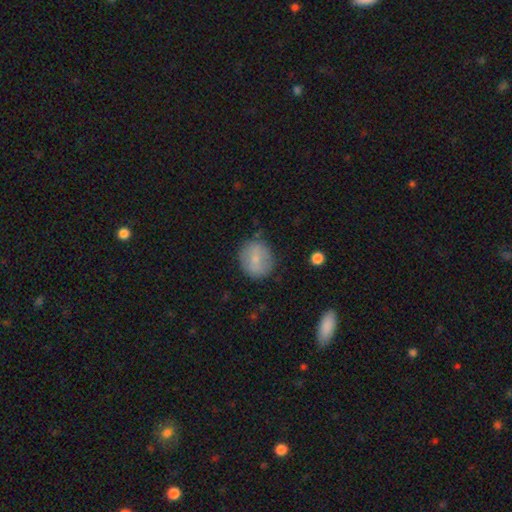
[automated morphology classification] smooth_or_featured: smooth (p=0.73) [alt: featured or disk p=0.20]
how_rounded: round (p=0.73) [alt: in between p=0.26]
merging: none (p=0.78) [alt: minor disturbance p=0.15]